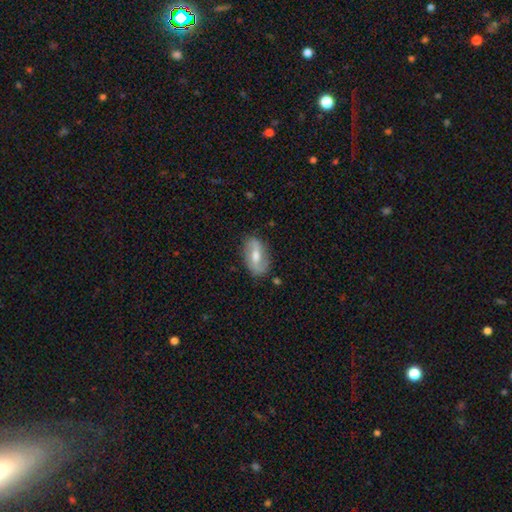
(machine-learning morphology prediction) Smooth or featured: featured or disk — 52% (smooth — 42%)
Edge-on disk: no — 91% (yes — 9%)
Merging: none — 79% (minor disturbance — 16%)